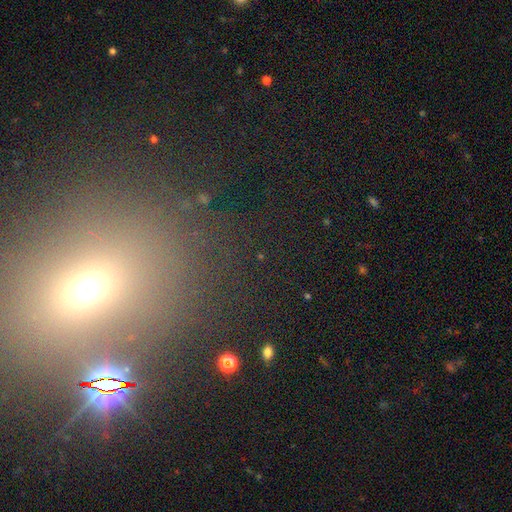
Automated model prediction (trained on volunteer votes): Smooth or featured? star or artifact (52%)